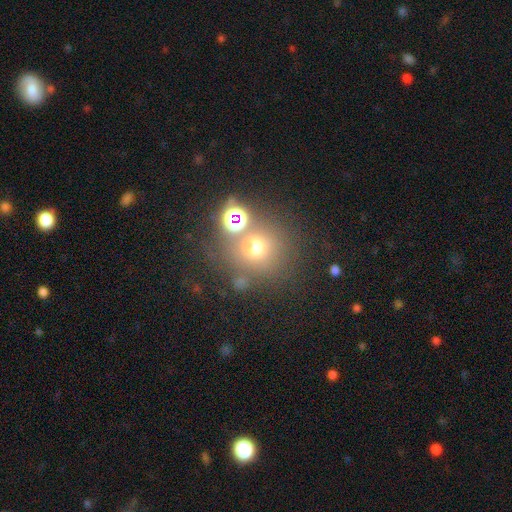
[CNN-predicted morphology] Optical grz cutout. It shows a smooth galaxy with no disk features (49%). Merging: none (66%).